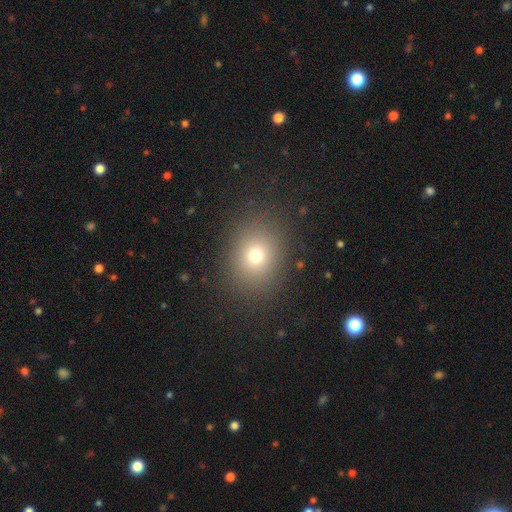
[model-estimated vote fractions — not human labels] Smooth or featured? Predicted: smooth (p=0.72). How rounded? Predicted: round (p=0.62). Merging? Predicted: none (p=0.86).